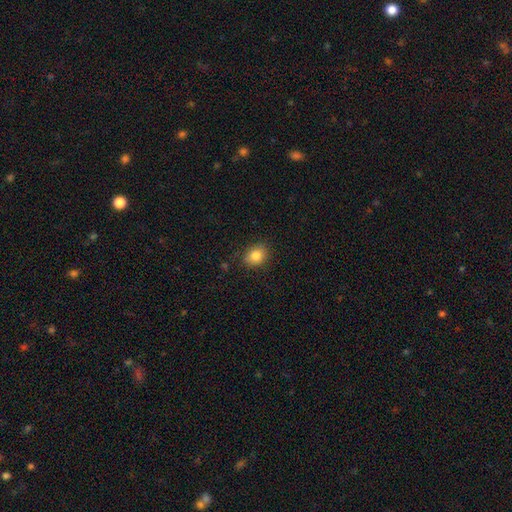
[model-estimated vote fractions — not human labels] Q: Smooth or featured?
A: smooth (84%); runner-up: star or artifact (9%)
Q: How rounded?
A: in between (59%); runner-up: round (40%)
Q: Merging?
A: none (83%); runner-up: minor disturbance (13%)